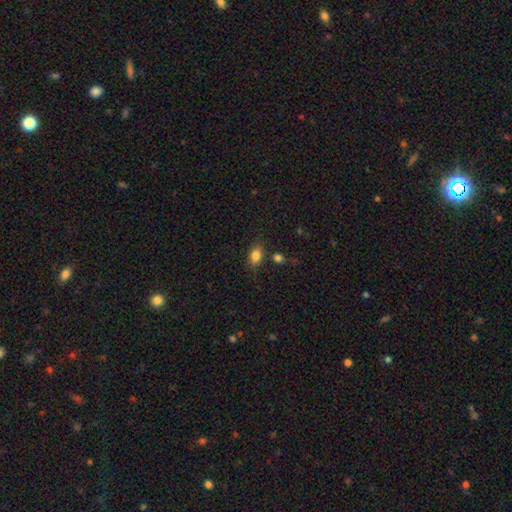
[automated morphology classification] Smooth or featured? smooth (83%)
How rounded? in between (80%)
Merging? none (77%)